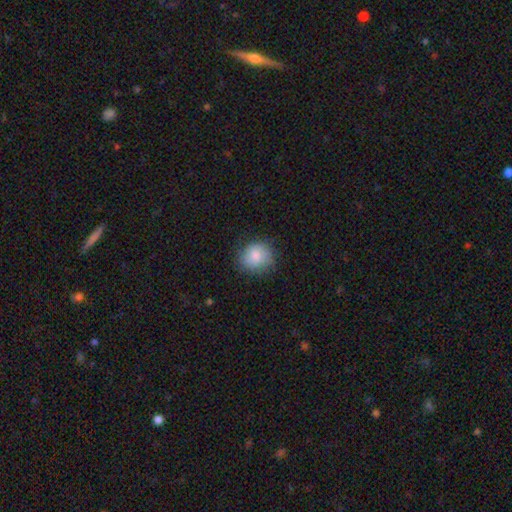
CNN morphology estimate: This appears to be a smooth galaxy with no disk features (82%) that is round (74%). Merging: none (77%).